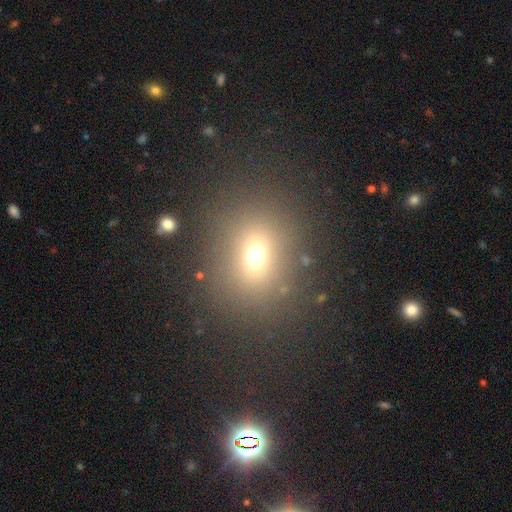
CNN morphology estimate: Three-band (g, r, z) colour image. It shows a smooth galaxy with no disk features (68%) that is round (64%). Merging: none (82%).